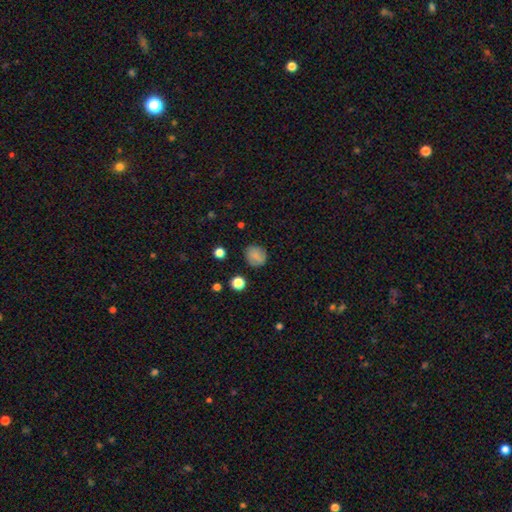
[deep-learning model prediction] A smooth galaxy with no disk features (81%) that is round (76%). Merging: none (83%).